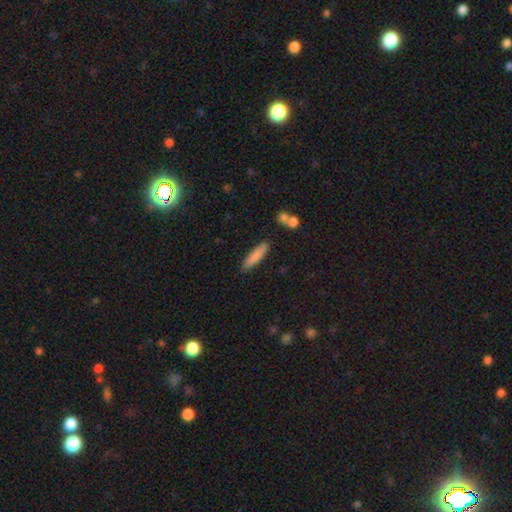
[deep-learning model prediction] Overall: smooth (81%). How rounded: cigar-shaped (81%). Merging: none (86%).